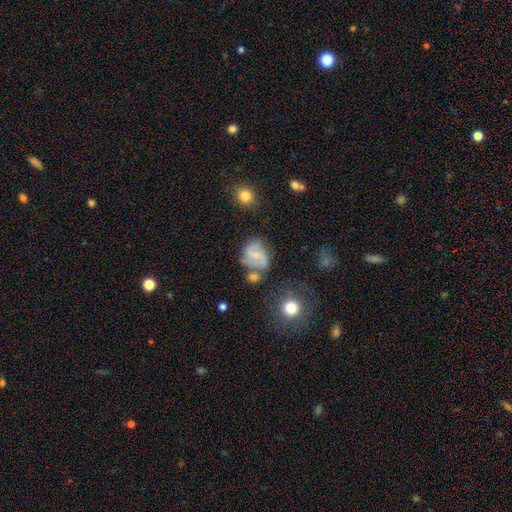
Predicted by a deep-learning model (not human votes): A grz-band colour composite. It shows a featured or disk galaxy (55%) with no bar (53%), spiral arms (84%) and a small central bulge (61%). Merging: none (50%).